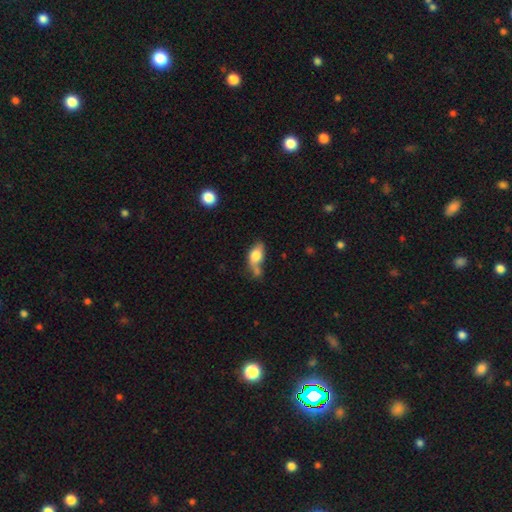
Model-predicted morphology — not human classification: Smooth or featured?
  - smooth: 73% *
  - featured or disk: 19%
  - star or artifact: 8%
How rounded?
  - in between: 83% *
  - round: 9%
  - cigar-shaped: 7%
Merging?
  - none: 36% *
  - merger: 29%
  - minor disturbance: 23%
  - major disturbance: 12%